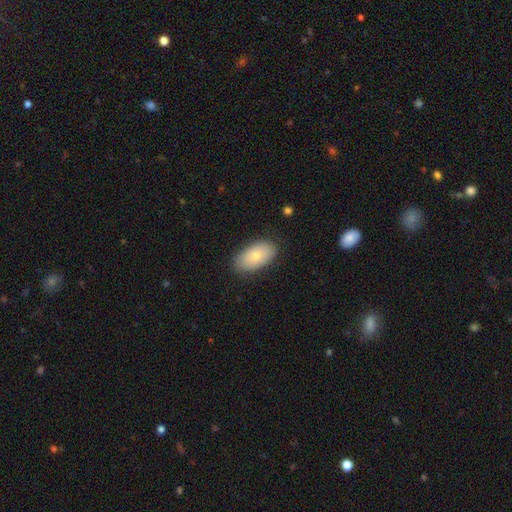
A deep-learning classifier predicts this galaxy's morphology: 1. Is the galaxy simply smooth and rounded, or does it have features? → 77% smooth, 17% featured or disk, 7% star or artifact.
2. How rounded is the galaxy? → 94% in between, 5% round, 2% cigar-shaped.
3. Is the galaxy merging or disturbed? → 84% none, 12% minor disturbance, 3% major disturbance, 1% merger.